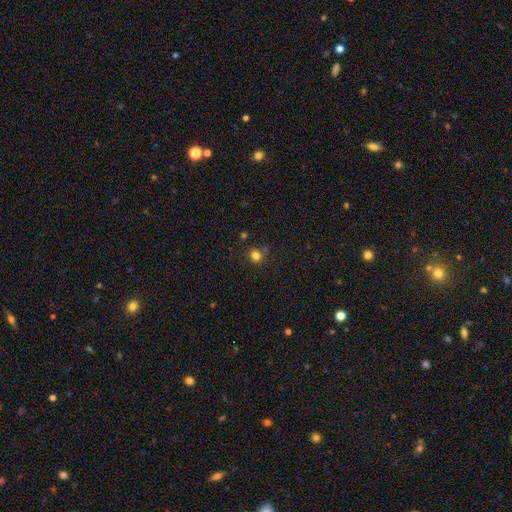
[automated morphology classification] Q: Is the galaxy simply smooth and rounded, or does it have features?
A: smooth — 79%.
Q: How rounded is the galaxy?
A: round — 83%.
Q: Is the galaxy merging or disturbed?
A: none — 81%.